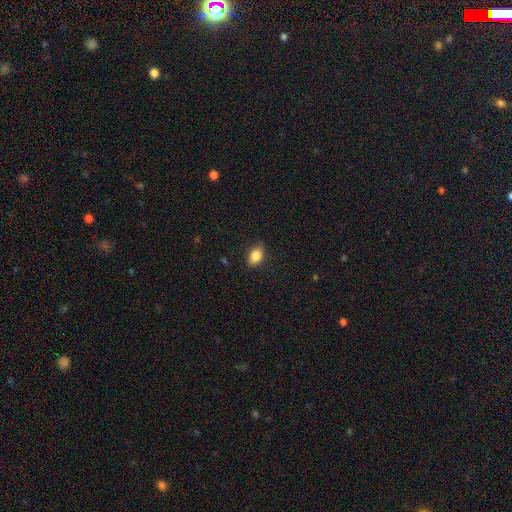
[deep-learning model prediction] Smooth or featured?
  - smooth: 85% *
  - star or artifact: 8%
  - featured or disk: 7%
How rounded?
  - in between: 84% *
  - round: 13%
  - cigar-shaped: 3%
Merging?
  - none: 82% *
  - minor disturbance: 15%
  - major disturbance: 3%
  - merger: 1%